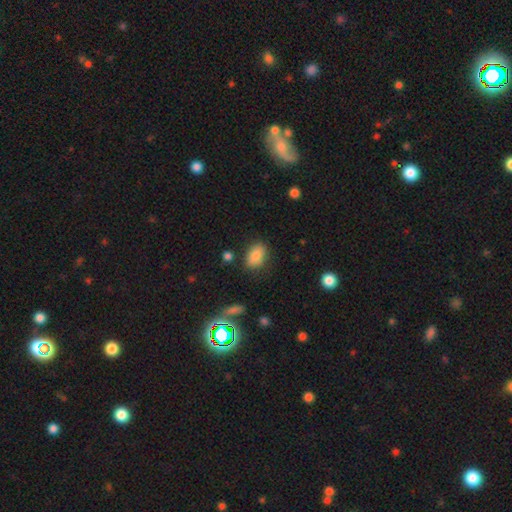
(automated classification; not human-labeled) Smooth or featured: smooth — 84% (star or artifact — 9%)
How rounded: in between — 86% (round — 12%)
Merging: none — 80% (minor disturbance — 13%)